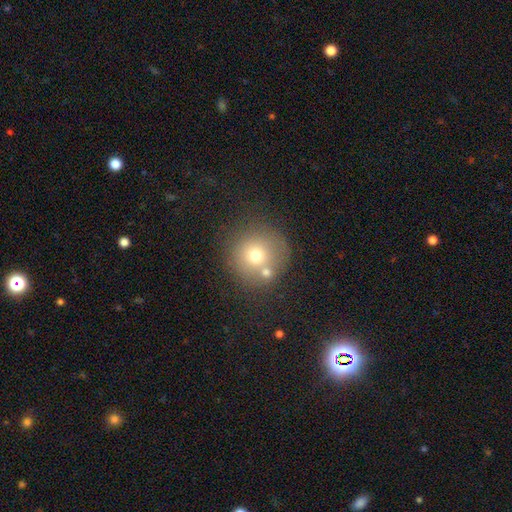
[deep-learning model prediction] Morphology: type=smooth (68%); roundness=round (94%); merging=none (64%).